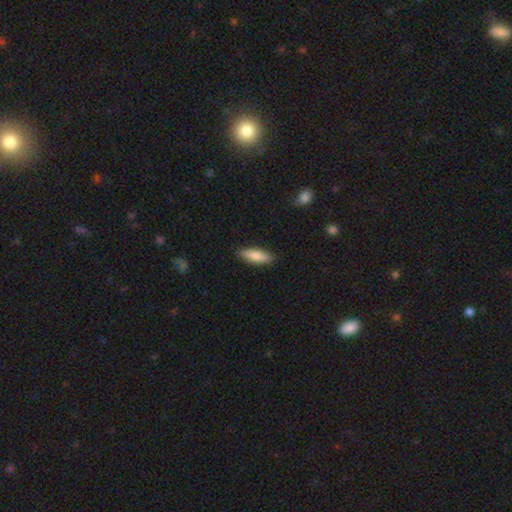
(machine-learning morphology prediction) A smooth galaxy with no disk features (81%) that is in between round and cigar-shaped (53%). Merging: none (88%).